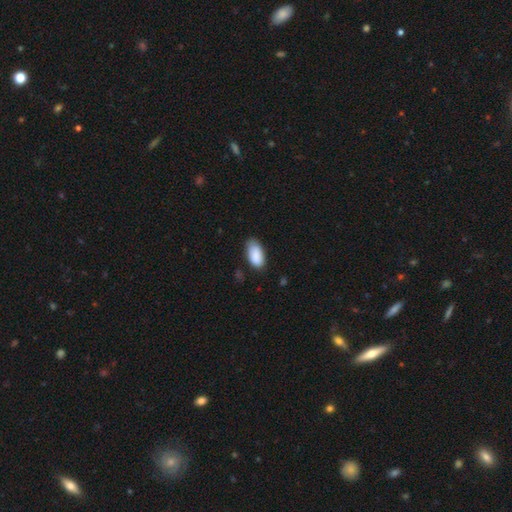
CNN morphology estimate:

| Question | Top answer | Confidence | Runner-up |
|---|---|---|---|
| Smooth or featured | smooth | 88% | star or artifact (7%) |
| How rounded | in between | 93% | cigar-shaped (5%) |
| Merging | none | 68% | minor disturbance (26%) |